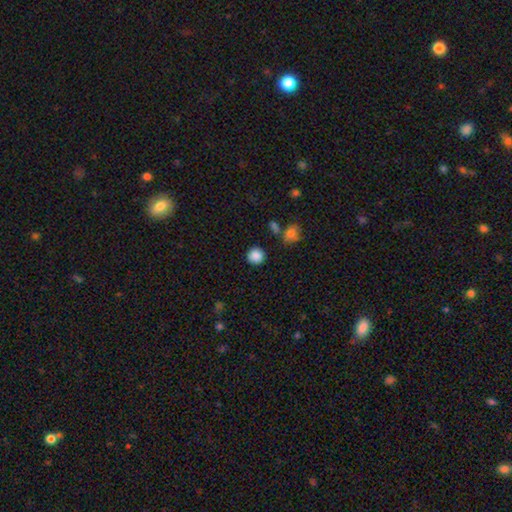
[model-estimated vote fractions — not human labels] Smooth or featured? smooth (87%)
How rounded? round (93%)
Merging? none (89%)